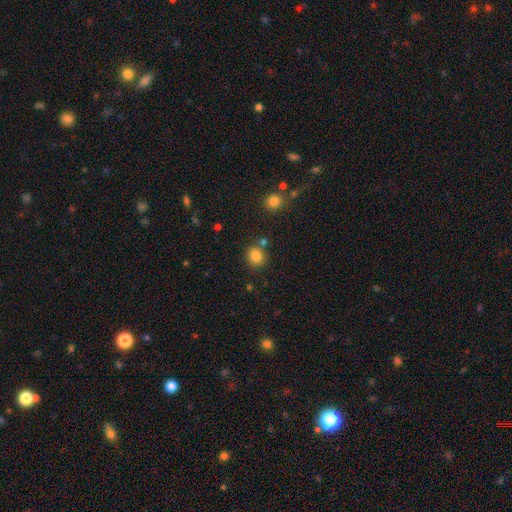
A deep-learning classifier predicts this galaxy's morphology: A smooth galaxy with no disk features (82%) that is round (86%).

Vote fractions:
- Smooth or featured? smooth: 82% / star or artifact: 12% / featured or disk: 6%
- How rounded? round: 86% / in between: 13% / cigar-shaped: 1%
- Merging? none: 78% / merger: 10% / minor disturbance: 9% / major disturbance: 3%